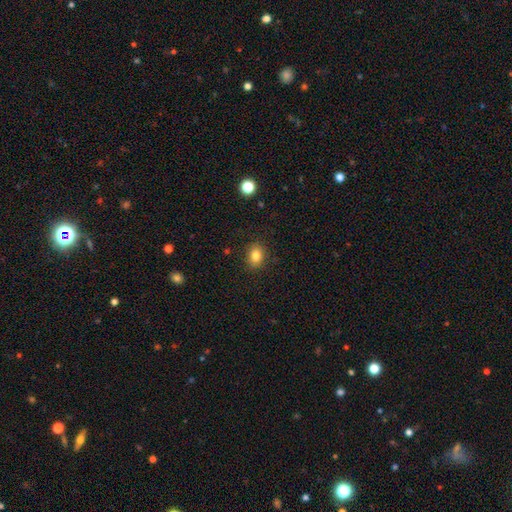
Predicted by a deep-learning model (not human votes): Smooth or featured? smooth (82%)
How rounded? in between (66%)
Merging? none (88%)